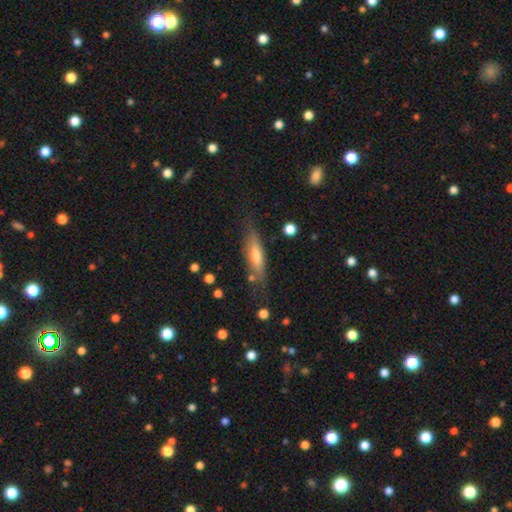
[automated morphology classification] This is possibly a smooth galaxy (52%). How rounded: likely cigar-shaped (71%). Merging: likely none (75%).